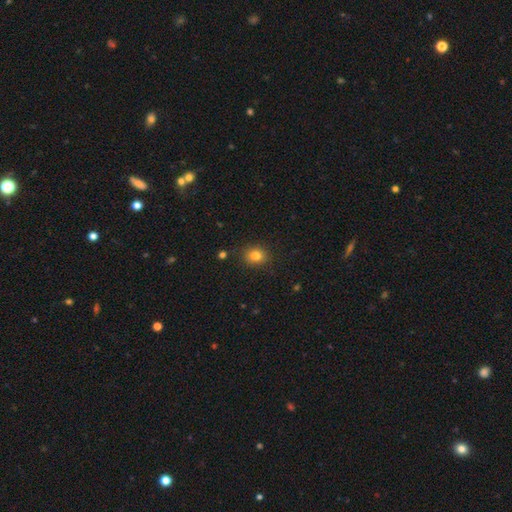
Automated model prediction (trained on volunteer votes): Morphology: type=smooth (82%); roundness=round (66%); merging=none (86%).